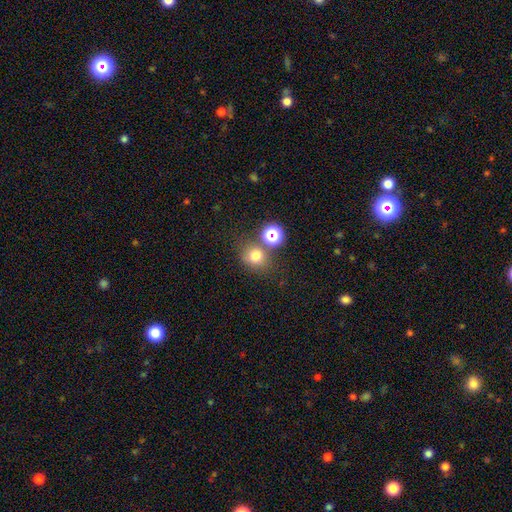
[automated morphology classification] Overall: smooth (73%). How rounded: round (74%). Merging: none (66%).